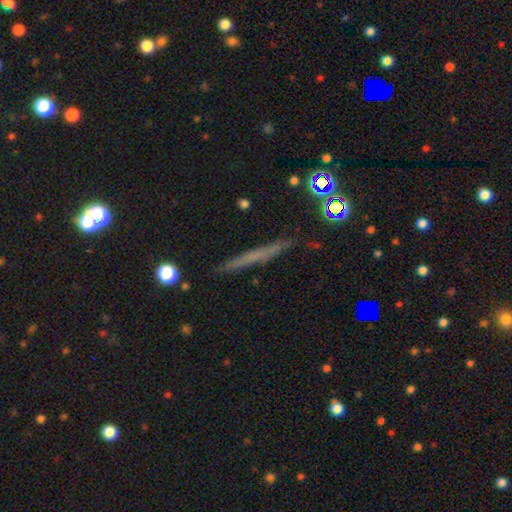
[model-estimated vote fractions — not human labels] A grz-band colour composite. It shows a smooth galaxy with no disk features (45%). Merging: none (87%).